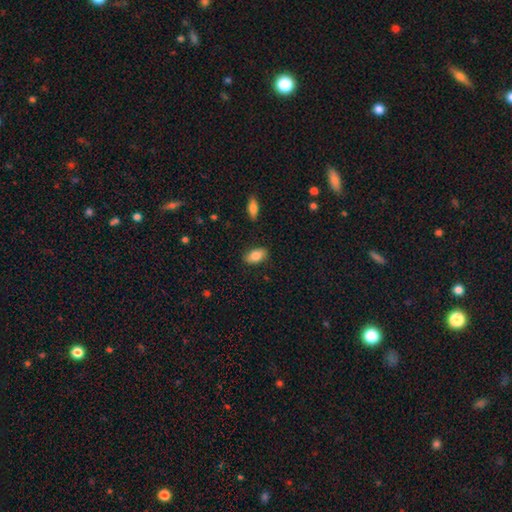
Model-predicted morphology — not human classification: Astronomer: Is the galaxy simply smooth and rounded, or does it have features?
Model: smooth — 82%.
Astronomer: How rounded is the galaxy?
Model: in between — 92%.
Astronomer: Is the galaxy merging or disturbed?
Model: none — 85%.